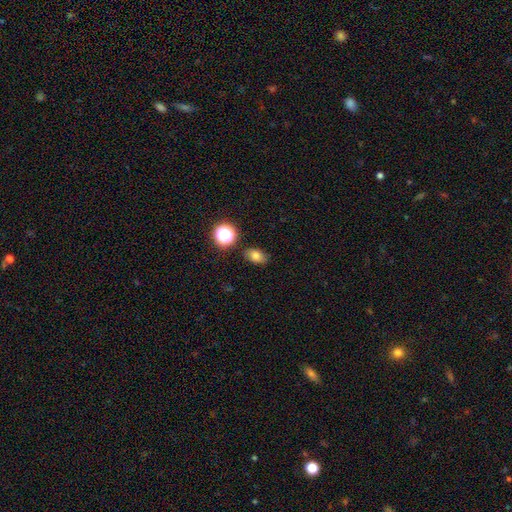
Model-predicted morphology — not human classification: Smooth or featured? smooth (77%)
How rounded? in between (78%)
Merging? none (84%)